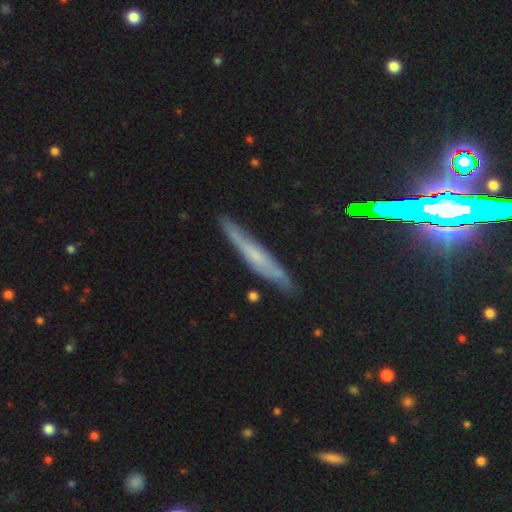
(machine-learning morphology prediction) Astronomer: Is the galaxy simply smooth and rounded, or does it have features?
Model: featured or disk — 54% (runner-up: smooth, 33%).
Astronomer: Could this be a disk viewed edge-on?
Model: yes — 83%.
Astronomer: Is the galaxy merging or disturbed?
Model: none — 79%.